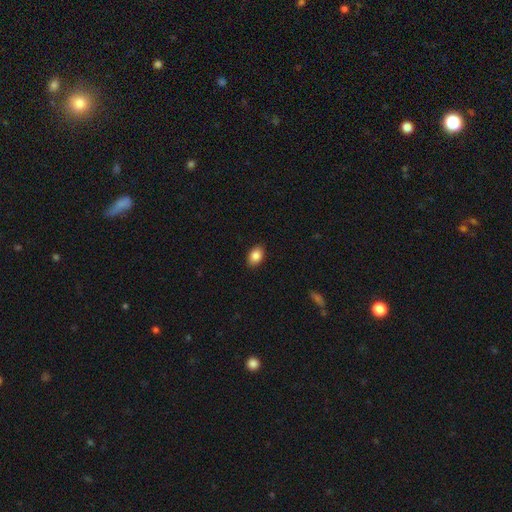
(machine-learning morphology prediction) type=smooth (87%); roundness=in between (83%); merging=none (89%).